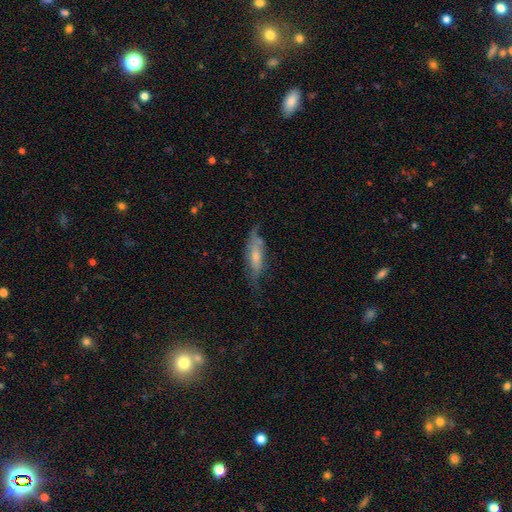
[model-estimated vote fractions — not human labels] This is possibly a featured or disk galaxy (53%). It is possibly not viewed edge-on (56%). Merging: possibly none (48%).